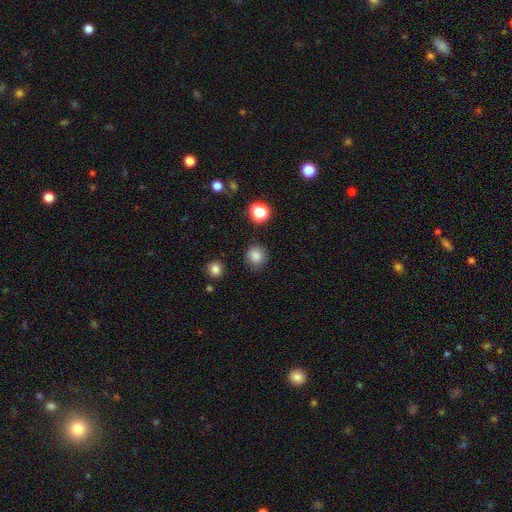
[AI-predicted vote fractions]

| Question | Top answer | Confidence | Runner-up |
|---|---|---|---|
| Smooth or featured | smooth | 83% | star or artifact (12%) |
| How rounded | round | 88% | in between (11%) |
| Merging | none | 86% | minor disturbance (9%) |